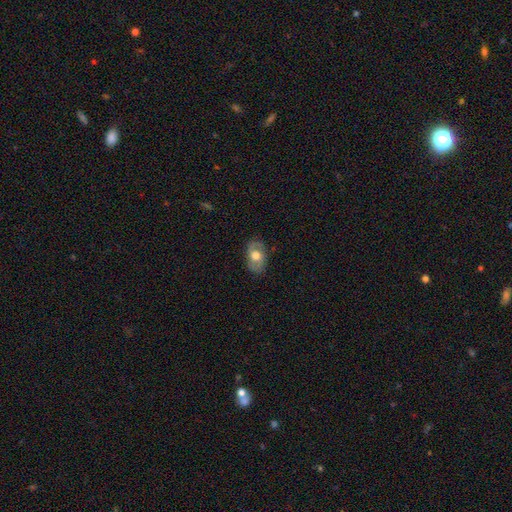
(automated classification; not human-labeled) Smooth or featured? smooth (50%)
Merging? none (80%)